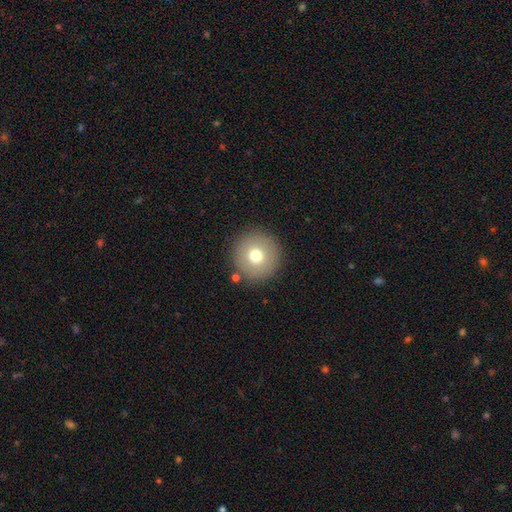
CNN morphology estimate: Smooth or featured? Predicted: smooth (p=0.73). How rounded? Predicted: round (p=0.96). Merging? Predicted: none (p=0.88).